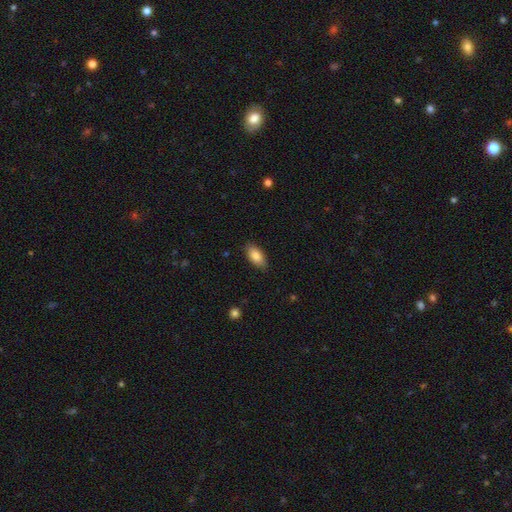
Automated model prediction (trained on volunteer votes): Overall: smooth (84%). How rounded: in between (91%). Merging: none (86%).